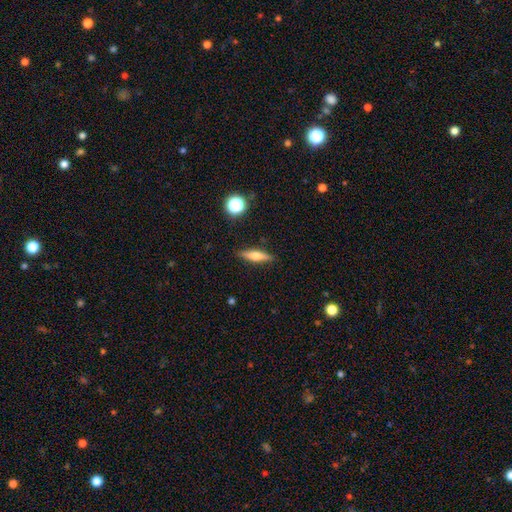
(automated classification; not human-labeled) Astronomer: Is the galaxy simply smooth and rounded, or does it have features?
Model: smooth — 50% (runner-up: featured or disk, 42%).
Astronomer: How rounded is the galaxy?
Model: cigar-shaped — 72%.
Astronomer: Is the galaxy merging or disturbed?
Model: none — 88%.